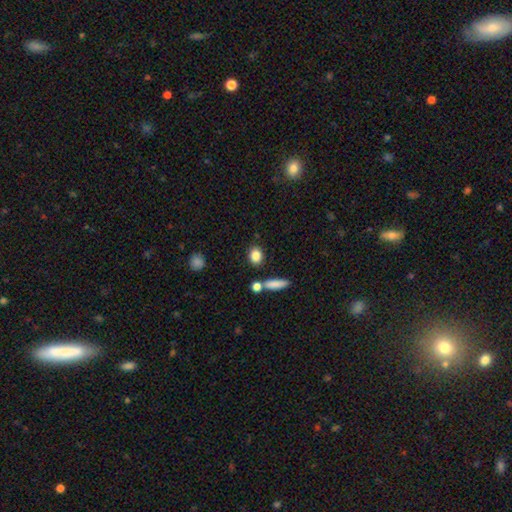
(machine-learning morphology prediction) Smooth or featured? smooth (84%)
How rounded? in between (51%)
Merging? none (79%)